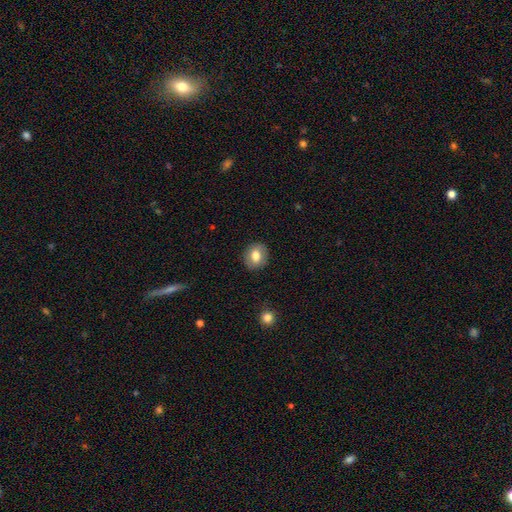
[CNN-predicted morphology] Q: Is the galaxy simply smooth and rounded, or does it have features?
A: smooth — 78%.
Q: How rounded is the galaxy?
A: round — 72%.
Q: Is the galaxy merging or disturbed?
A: none — 89%.